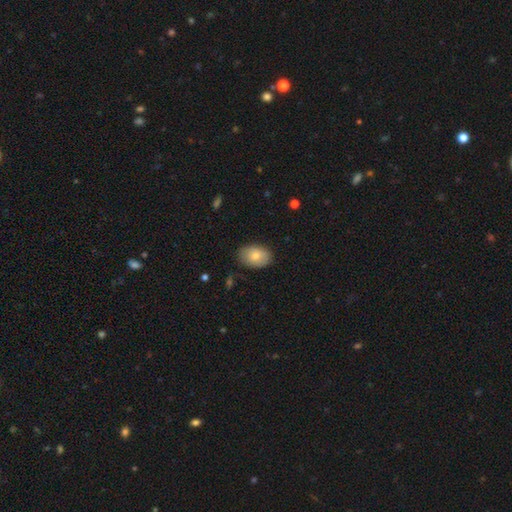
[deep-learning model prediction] The model was most divided on "smooth or featured": smooth: 76%, featured or disk: 17%, star or artifact: 7%. More confident: how rounded — in between (85%); merging — none (82%).